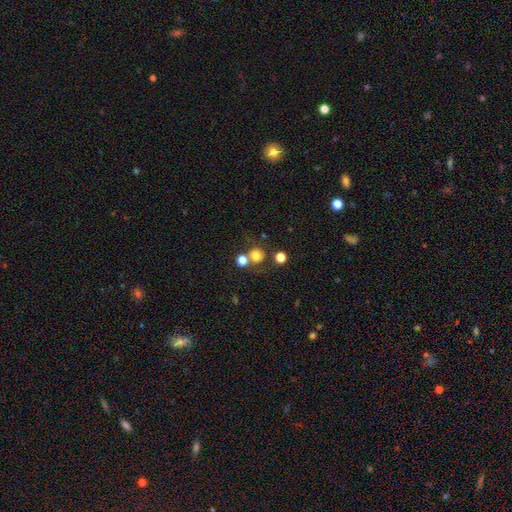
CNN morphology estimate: Smooth or featured?
  - smooth: 74% *
  - star or artifact: 16%
  - featured or disk: 10%
How rounded?
  - round: 89% *
  - in between: 10%
  - cigar-shaped: 1%
Merging?
  - none: 67% *
  - merger: 19%
  - minor disturbance: 10%
  - major disturbance: 5%